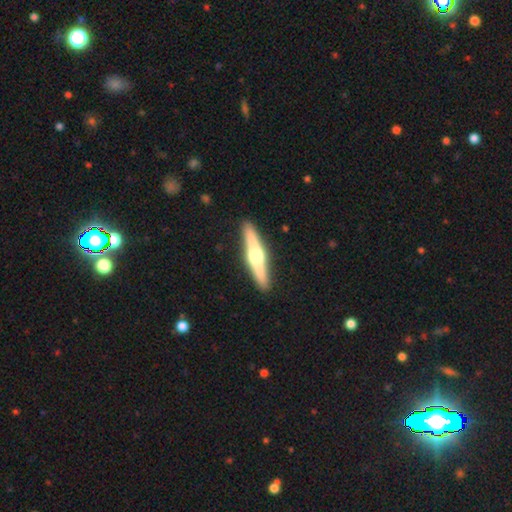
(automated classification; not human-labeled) Smooth or featured: featured or disk — 71% (smooth — 24%)
Edge-on disk: yes — 97% (no — 3%)
Edge-on bulge: rounded — 94% (boxy — 4%)
Merging: none — 92% (minor disturbance — 6%)